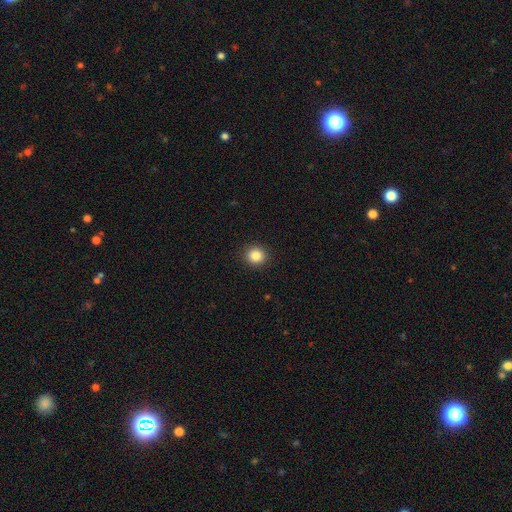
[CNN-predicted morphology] The model was most divided on "how rounded": round: 87%, in between: 12%, cigar-shaped: 1%. More confident: merging — none (92%); smooth or featured — smooth (85%).